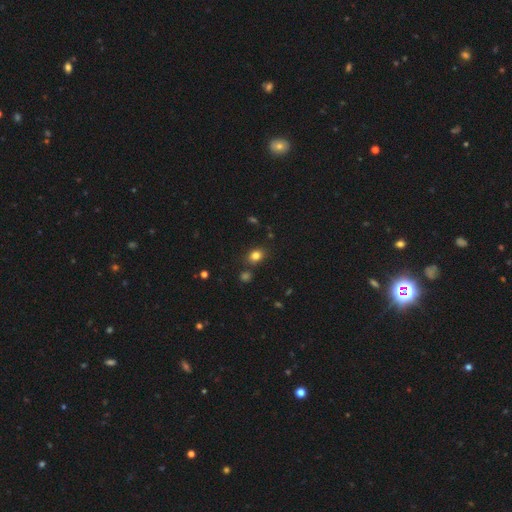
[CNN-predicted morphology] smooth 81%, star or artifact 14%, featured or disk 6%. Down the decision tree: how rounded — in between (50%); merging — none (79%).